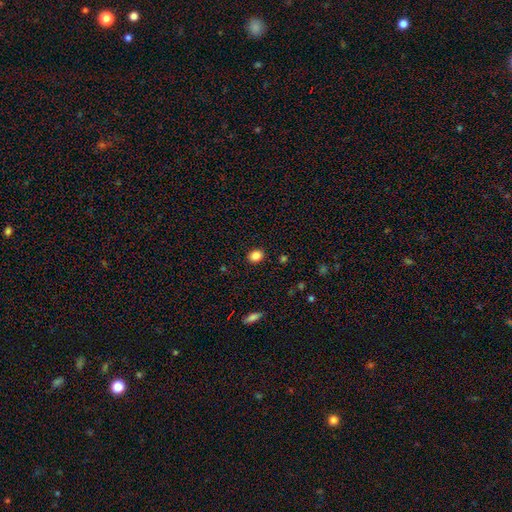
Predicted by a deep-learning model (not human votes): smooth_or_featured: smooth (p=0.86) [alt: star or artifact p=0.10]
how_rounded: round (p=0.53) [alt: in between p=0.46]
merging: none (p=0.90) [alt: minor disturbance p=0.07]